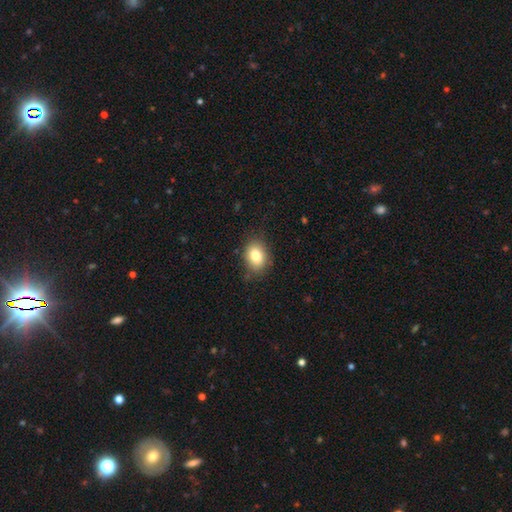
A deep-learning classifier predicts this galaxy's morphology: Smooth or featured?
  - smooth: 81% *
  - featured or disk: 10%
  - star or artifact: 9%
How rounded?
  - in between: 66% *
  - round: 33%
  - cigar-shaped: 1%
Merging?
  - none: 81% *
  - minor disturbance: 15%
  - major disturbance: 3%
  - merger: 1%